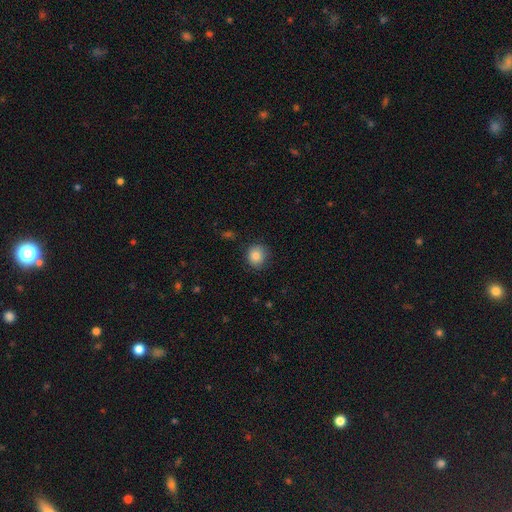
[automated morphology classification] A smooth galaxy with no disk features (83%) that is round (85%).

Vote fractions:
- Smooth or featured? smooth: 83% / star or artifact: 10% / featured or disk: 7%
- How rounded? round: 85% / in between: 14% / cigar-shaped: 1%
- Merging? none: 85% / minor disturbance: 11% / major disturbance: 3% / merger: 1%